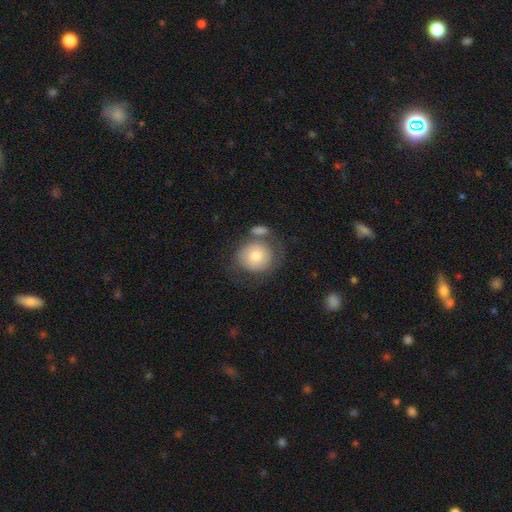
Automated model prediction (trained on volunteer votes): Overall: smooth (62%; featured or disk 31%). How rounded: round (83%). Merging: none (45%; merger 23%).